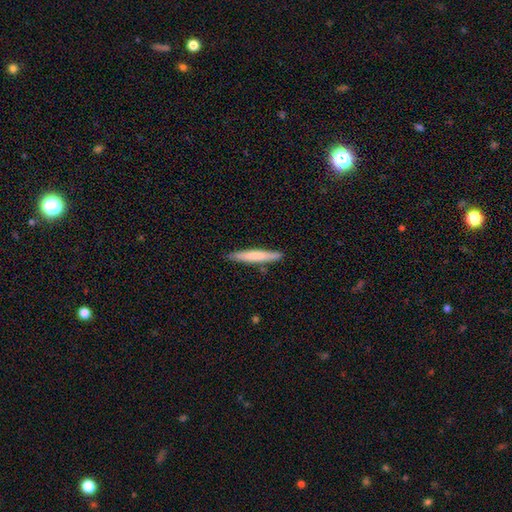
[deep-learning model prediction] The model was most divided on "smooth or featured": smooth: 70%, featured or disk: 24%, star or artifact: 5%. More confident: how rounded — cigar-shaped (94%); merging — none (86%).